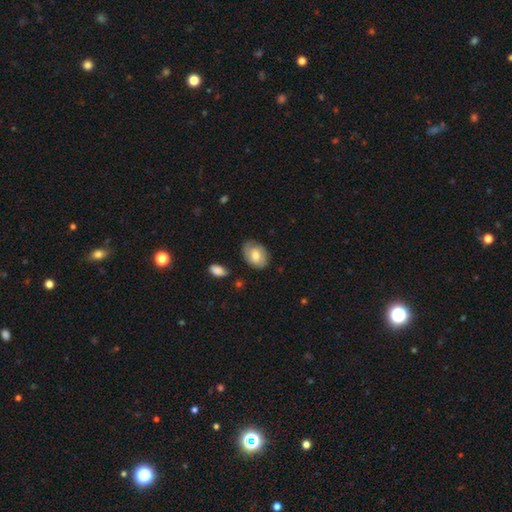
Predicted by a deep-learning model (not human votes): A smooth galaxy with no disk features (71%) that is in between round and cigar-shaped (77%). Merging: none (72%).